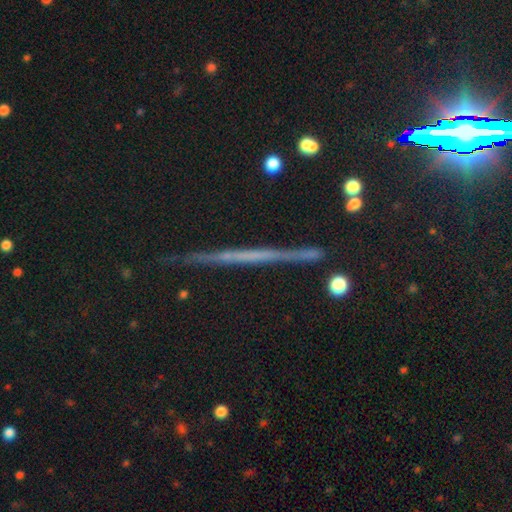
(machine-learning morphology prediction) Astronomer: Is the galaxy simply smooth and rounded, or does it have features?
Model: featured or disk — 55%.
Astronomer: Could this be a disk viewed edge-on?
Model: yes — 96%.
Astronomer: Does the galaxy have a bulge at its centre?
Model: none — 79%.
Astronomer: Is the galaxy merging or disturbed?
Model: none — 89%.